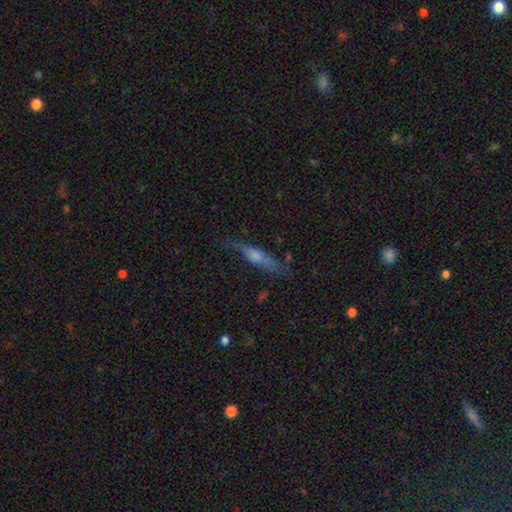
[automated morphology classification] smooth_or_featured: featured or disk (p=0.50) [alt: smooth p=0.41]
merging: none (p=0.66) [alt: minor disturbance p=0.23]